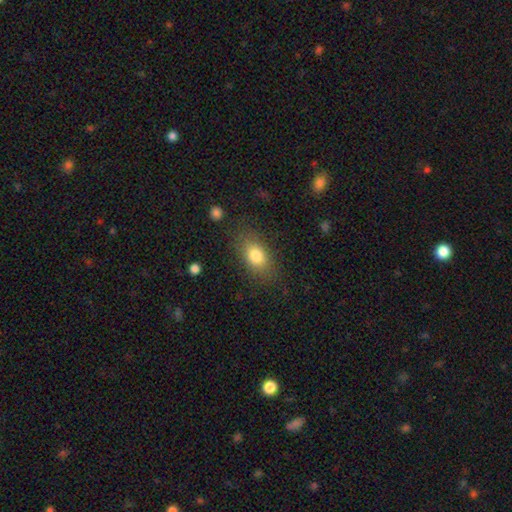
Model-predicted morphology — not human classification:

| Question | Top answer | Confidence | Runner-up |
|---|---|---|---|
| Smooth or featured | smooth | 80% | featured or disk (11%) |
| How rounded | in between | 82% | round (15%) |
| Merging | none | 78% | minor disturbance (14%) |